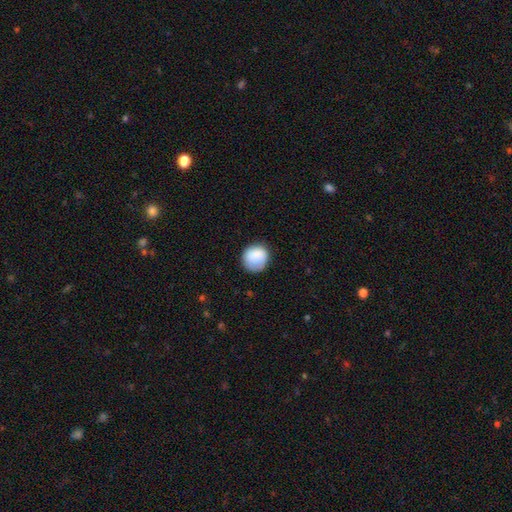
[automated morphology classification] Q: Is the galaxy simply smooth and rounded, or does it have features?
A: smooth — 87%.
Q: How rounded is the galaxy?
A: round — 87%.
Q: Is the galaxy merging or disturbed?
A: none — 77%.